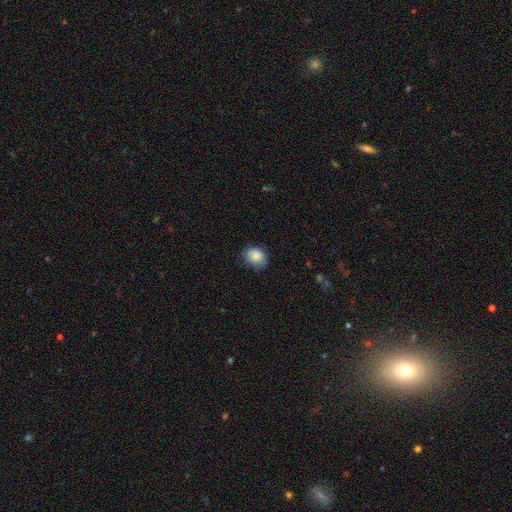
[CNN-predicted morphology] smooth_or_featured: smooth (p=0.86) [alt: star or artifact p=0.08]
how_rounded: in between (p=0.53) [alt: round p=0.46]
merging: none (p=0.71) [alt: minor disturbance p=0.23]